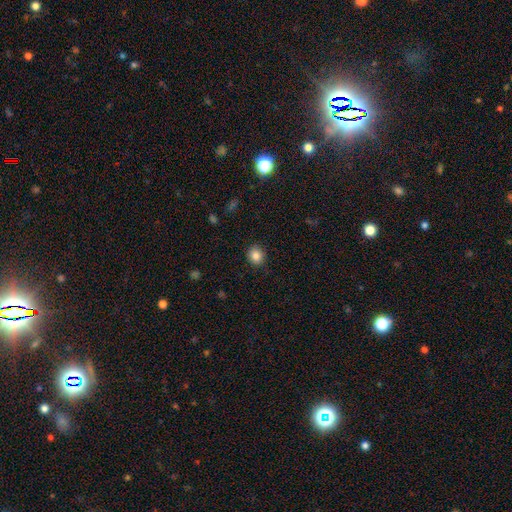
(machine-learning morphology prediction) smooth 85%, star or artifact 10%, featured or disk 6%. Down the decision tree: how rounded — round (81%); merging — none (89%).